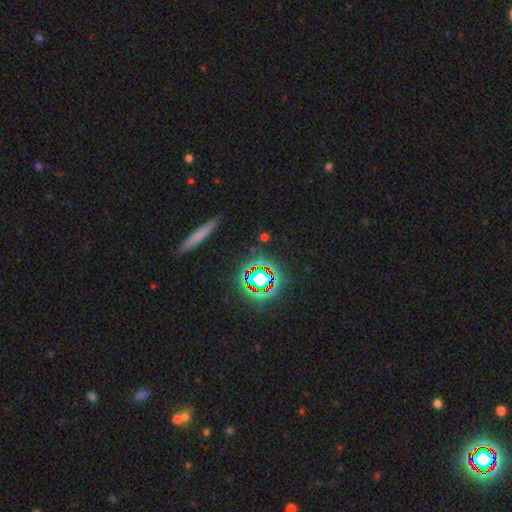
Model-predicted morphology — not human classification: Smooth or featured? star or artifact (62%)